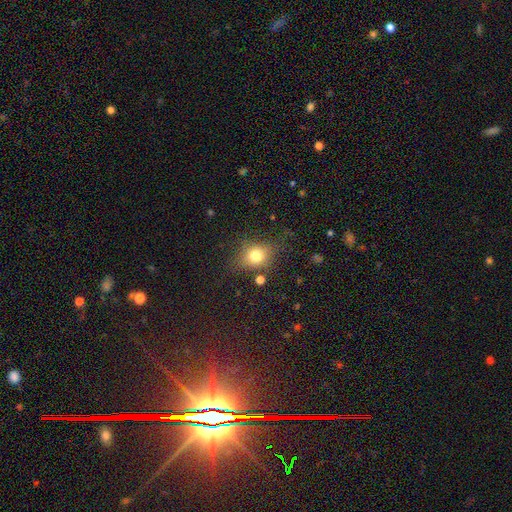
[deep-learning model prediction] Smooth or featured? smooth (76%)
How rounded? round (62%)
Merging? none (74%)